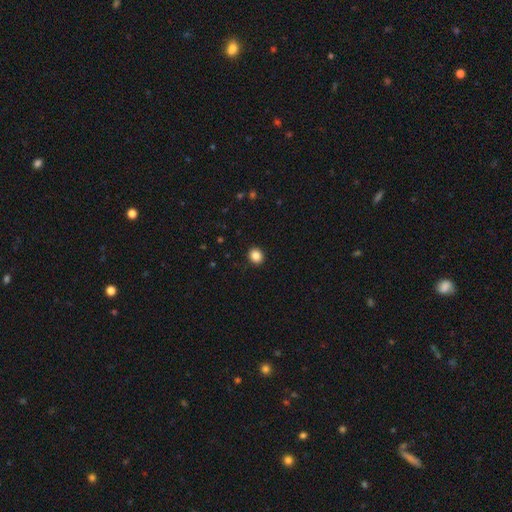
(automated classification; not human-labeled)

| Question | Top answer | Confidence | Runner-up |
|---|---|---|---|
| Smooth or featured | smooth | 86% | star or artifact (10%) |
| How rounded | round | 71% | in between (28%) |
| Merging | none | 92% | minor disturbance (5%) |